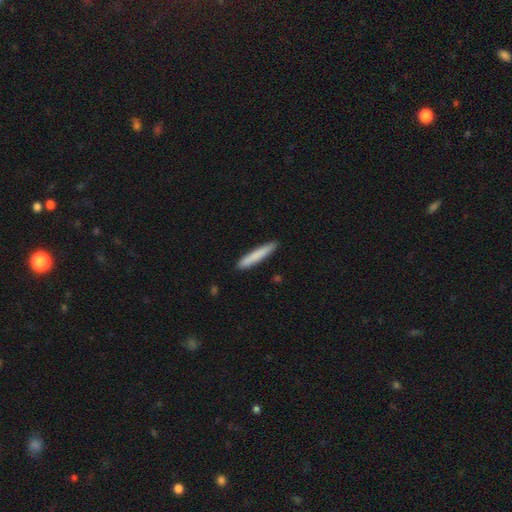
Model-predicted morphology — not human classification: This appears to be a smooth galaxy with no disk features (81%) that is cigar-shaped (95%). Merging: none (90%).